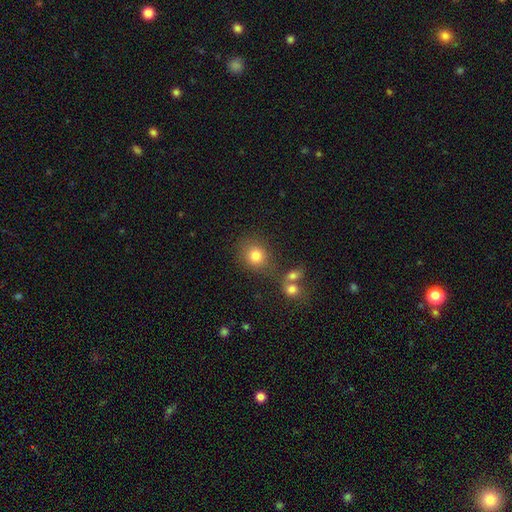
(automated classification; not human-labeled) This appears to be a smooth galaxy with no disk features (80%) that is round (81%). Merging: none (71%).